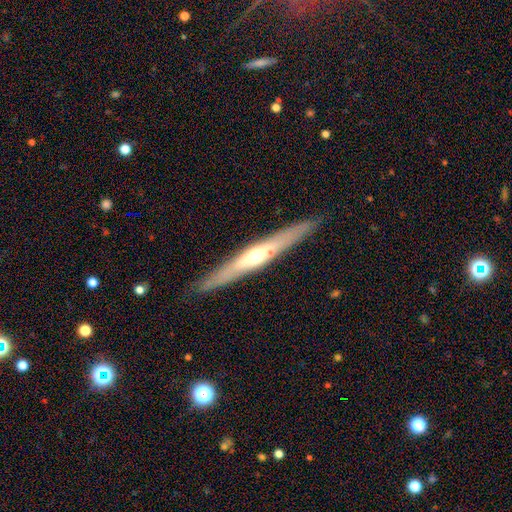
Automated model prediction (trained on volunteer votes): featured or disk 66%, smooth 29%, star or artifact 5%. Down the decision tree: edge-on disk — yes (92%); edge-on bulge — rounded (82%); merging — none (87%).